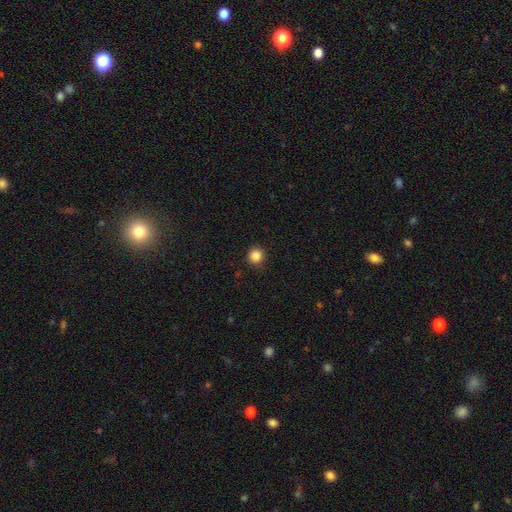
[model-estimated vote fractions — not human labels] smooth_or_featured: smooth (p=0.86) [alt: star or artifact p=0.11]
how_rounded: round (p=0.95) [alt: in between p=0.04]
merging: none (p=0.91) [alt: minor disturbance p=0.06]